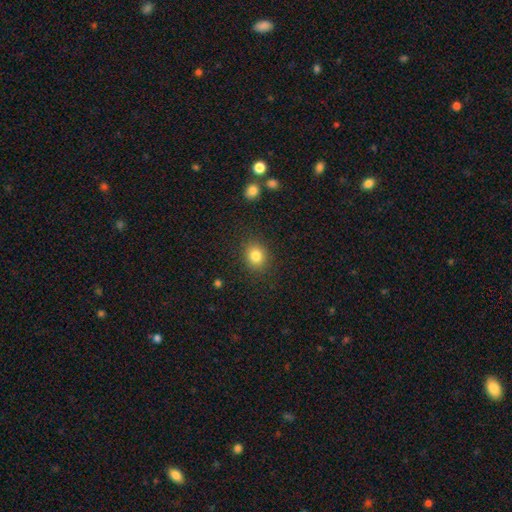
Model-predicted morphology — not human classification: A smooth galaxy with no disk features (83%) that is round (67%).

Vote fractions:
- Smooth or featured? smooth: 83% / star or artifact: 11% / featured or disk: 7%
- How rounded? round: 67% / in between: 32% / cigar-shaped: 1%
- Merging? none: 88% / minor disturbance: 8% / major disturbance: 3% / merger: 1%